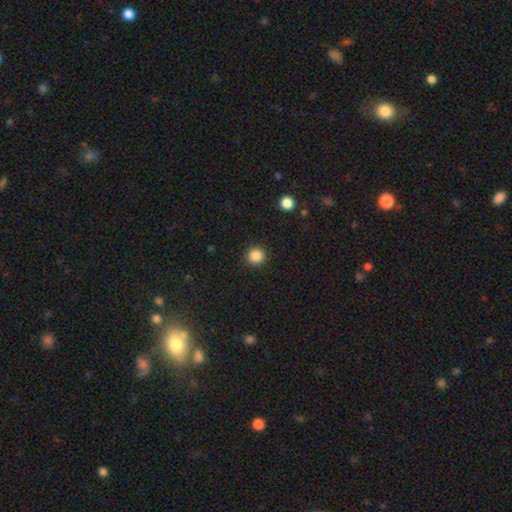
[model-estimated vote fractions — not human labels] smooth_or_featured: smooth (p=0.86) [alt: star or artifact p=0.10]
how_rounded: round (p=0.95) [alt: in between p=0.05]
merging: none (p=0.92) [alt: minor disturbance p=0.05]